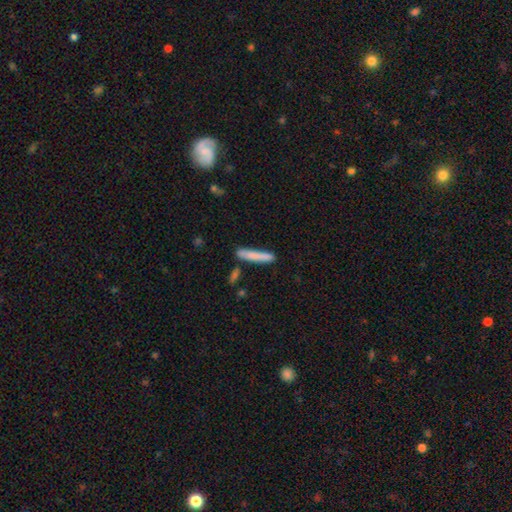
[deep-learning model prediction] smooth_or_featured: smooth (p=0.78) [alt: featured or disk p=0.16]
how_rounded: cigar-shaped (p=0.93) [alt: in between p=0.05]
merging: none (p=0.74) [alt: minor disturbance p=0.15]